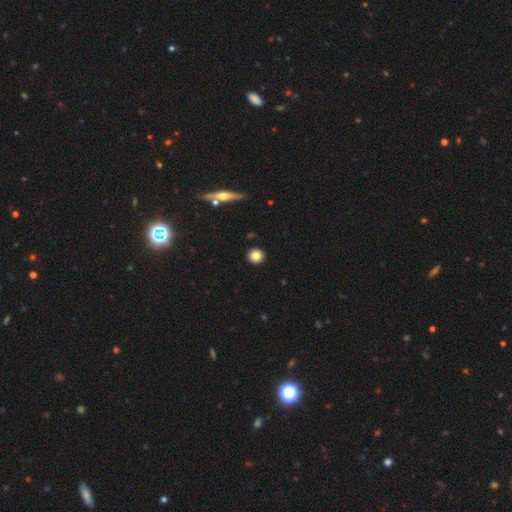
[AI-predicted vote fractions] Q: Smooth or featured?
A: smooth (83%); runner-up: star or artifact (10%)
Q: How rounded?
A: round (93%); runner-up: in between (6%)
Q: Merging?
A: none (92%); runner-up: minor disturbance (5%)